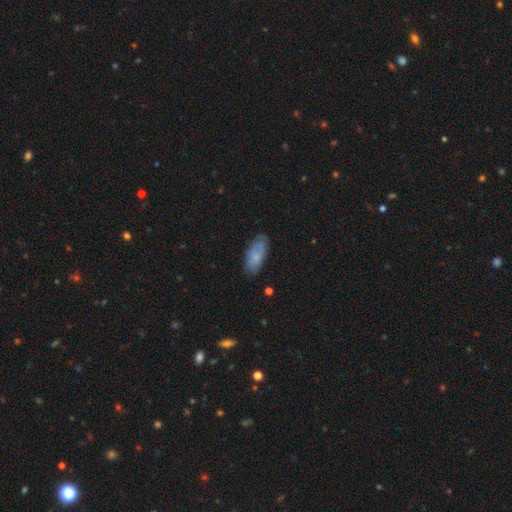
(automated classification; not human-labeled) Smooth or featured: smooth — 68% (featured or disk — 25%)
How rounded: in between — 86% (cigar-shaped — 12%)
Merging: none — 71% (minor disturbance — 22%)